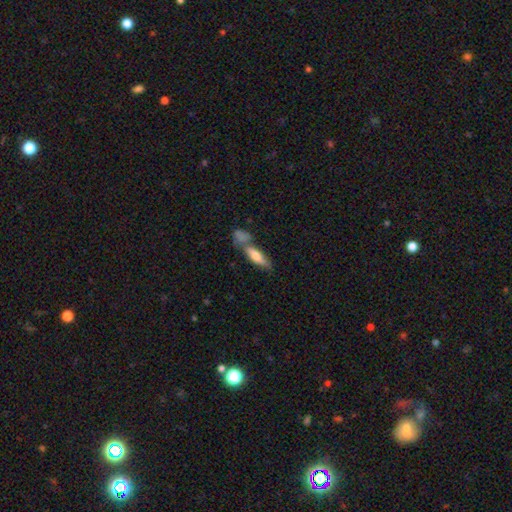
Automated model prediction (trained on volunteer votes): Smooth or featured?
  - smooth: 64% *
  - featured or disk: 29%
  - star or artifact: 7%
How rounded?
  - cigar-shaped: 51% *
  - in between: 46%
  - round: 3%
Merging?
  - none: 46% *
  - merger: 33%
  - minor disturbance: 15%
  - major disturbance: 6%